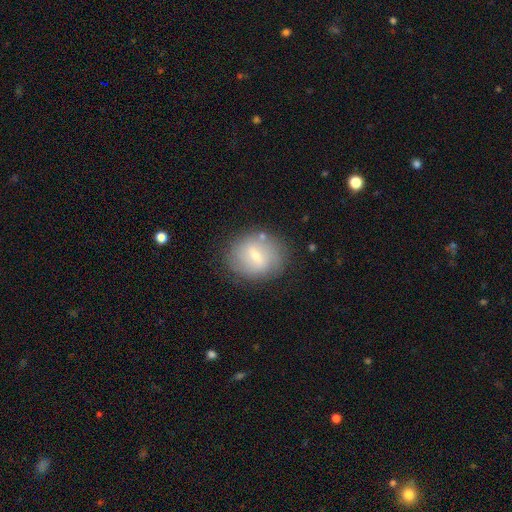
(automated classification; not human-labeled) This is possibly a smooth galaxy (49%). Merging: likely none (77%).